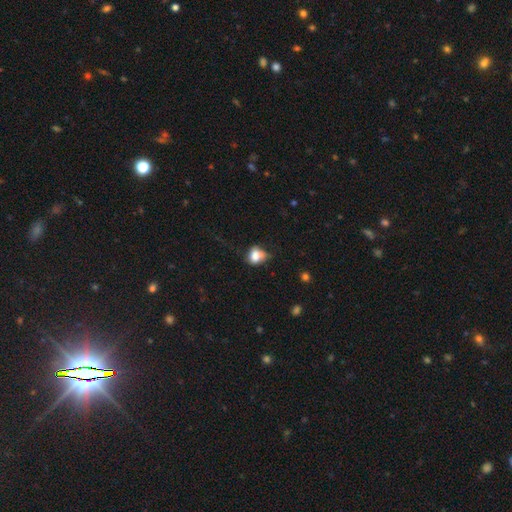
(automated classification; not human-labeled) Smooth or featured? Predicted: smooth (p=0.75). How rounded? Predicted: round (p=0.54). Merging? Predicted: none (p=0.37, tied with minor disturbance).